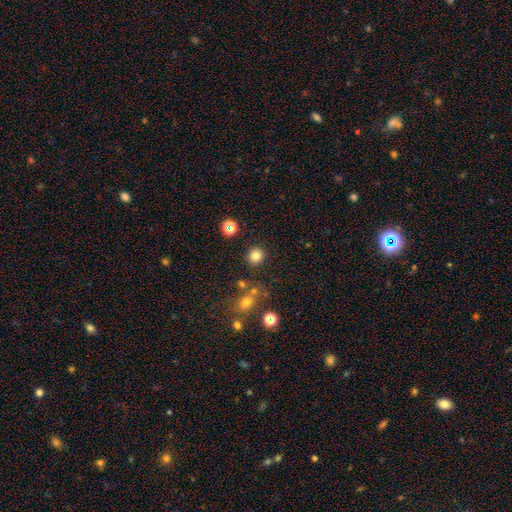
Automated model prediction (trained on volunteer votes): Smooth or featured? smooth (79%)
How rounded? round (87%)
Merging? none (85%)